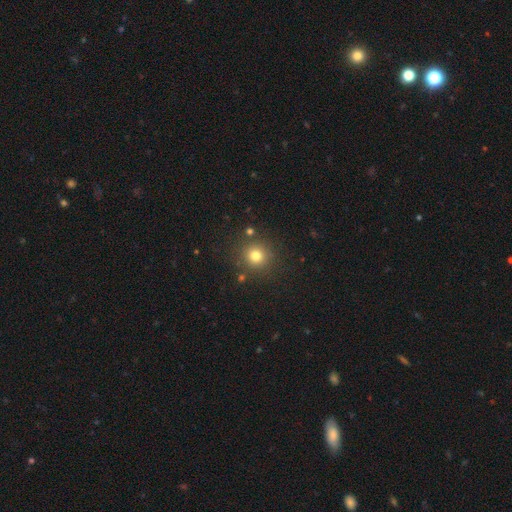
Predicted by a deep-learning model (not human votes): This appears to be a smooth galaxy with no disk features (77%) that is round (94%). Merging: none (86%).